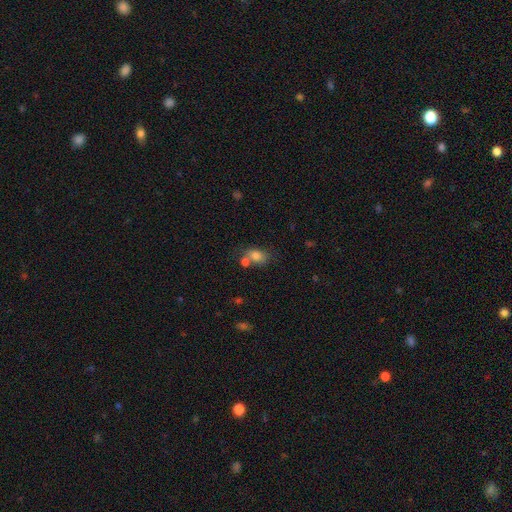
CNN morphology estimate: This appears to be a smooth galaxy with no disk features (79%) that is in between round and cigar-shaped (74%). Merging: none (48%).